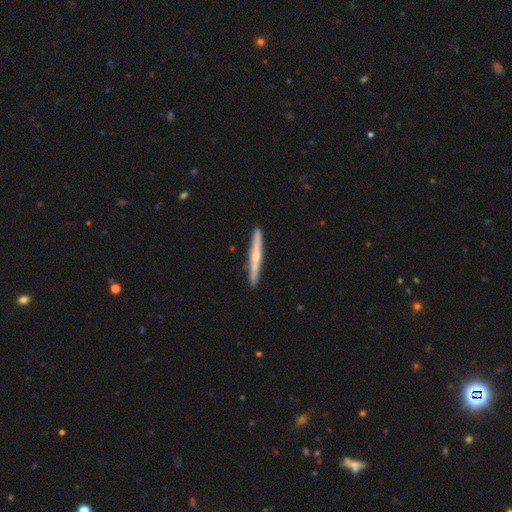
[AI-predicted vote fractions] Overall: featured or disk (58%; smooth 37%). Edge-on disk: yes (96%). Edge-on bulge: rounded (65%; none 30%). Merging: none (91%).